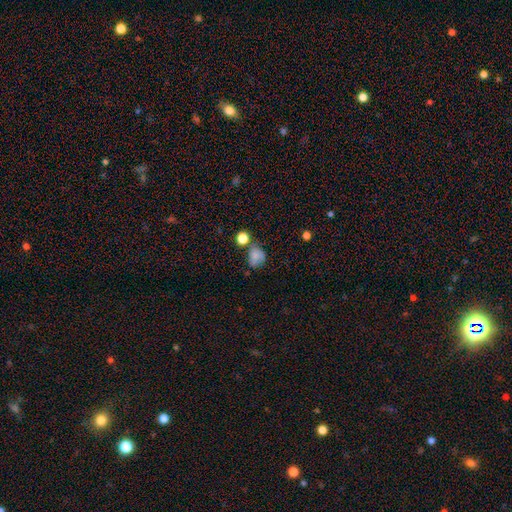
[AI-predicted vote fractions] Overall: smooth (73%). How rounded: in between (51%; round 48%). Merging: none (43%; minor disturbance 27%).